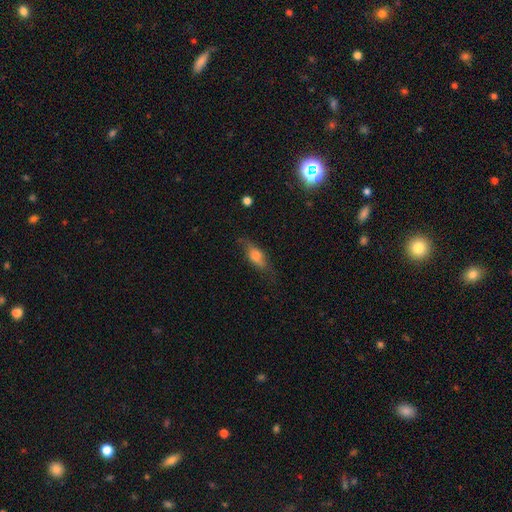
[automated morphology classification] Q: Smooth or featured?
A: smooth (60%); runner-up: featured or disk (30%)
Q: How rounded?
A: in between (64%); runner-up: cigar-shaped (31%)
Q: Merging?
A: none (65%); runner-up: minor disturbance (24%)